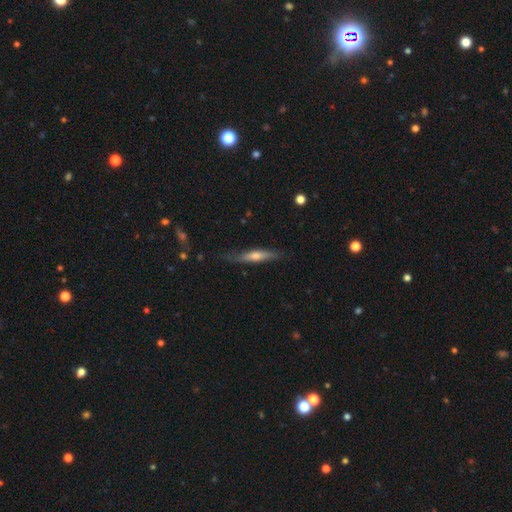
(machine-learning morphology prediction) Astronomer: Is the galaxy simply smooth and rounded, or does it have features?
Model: featured or disk — 55% (runner-up: smooth, 38%).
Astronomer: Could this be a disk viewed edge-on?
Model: yes — 91%.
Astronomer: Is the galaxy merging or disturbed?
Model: none — 77%.